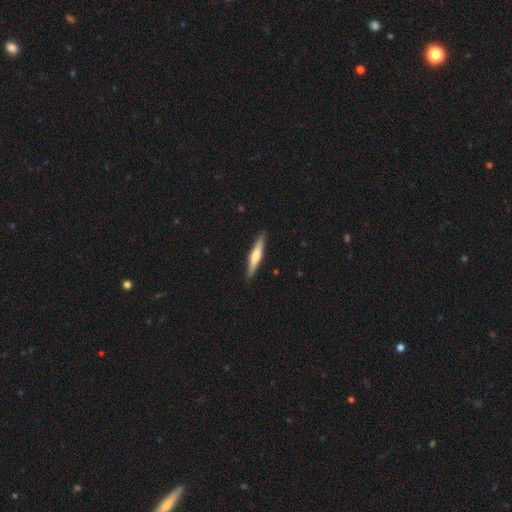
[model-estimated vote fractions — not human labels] A smooth galaxy with no disk features (51%) that is cigar-shaped (90%).

Vote fractions:
- Smooth or featured? smooth: 51% / featured or disk: 44% / star or artifact: 5%
- How rounded? cigar-shaped: 90% / in between: 9% / round: 1%
- Merging? none: 90% / minor disturbance: 7% / major disturbance: 1% / merger: 1%